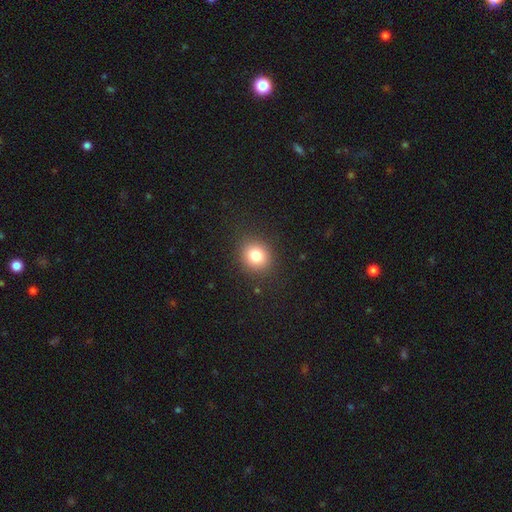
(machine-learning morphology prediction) Overall: smooth (80%). How rounded: round (79%). Merging: none (89%).